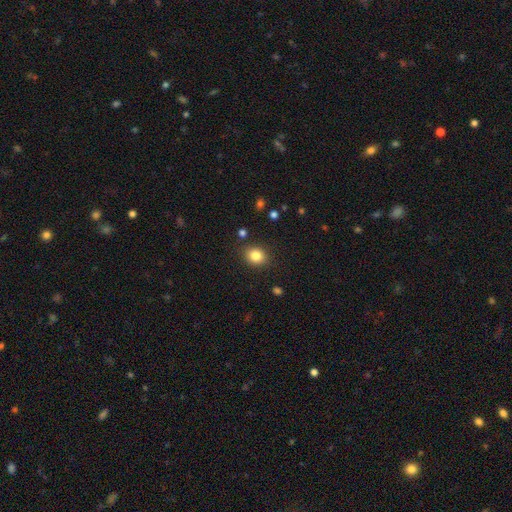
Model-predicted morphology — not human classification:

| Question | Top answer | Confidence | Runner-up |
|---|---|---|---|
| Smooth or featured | smooth | 83% | star or artifact (11%) |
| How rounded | round | 62% | in between (37%) |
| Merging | none | 86% | minor disturbance (9%) |